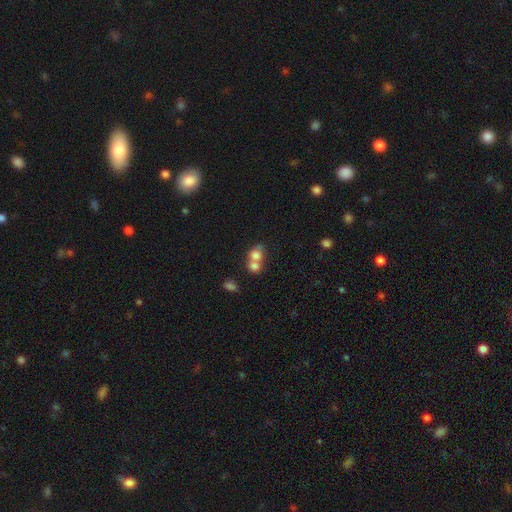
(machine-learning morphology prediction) type=smooth (73%); roundness=round (62%); merging=merger (68%).